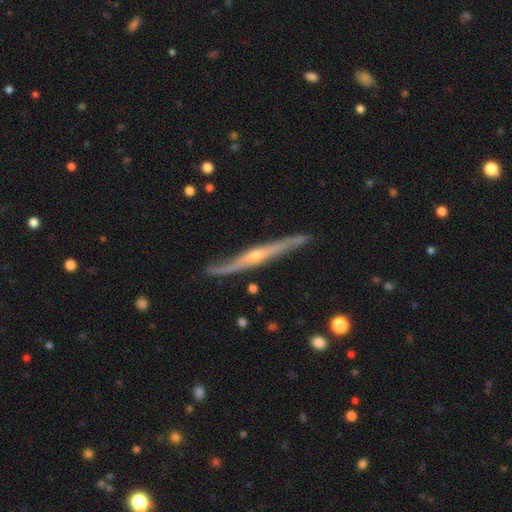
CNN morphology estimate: A featured or disk galaxy (82%) viewed edge-on (95%) with a rounded central bulge (81%). Merging: none (85%).